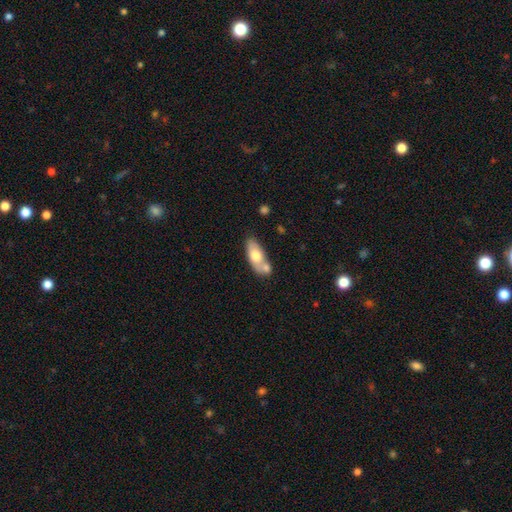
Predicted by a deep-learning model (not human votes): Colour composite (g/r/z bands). It shows a smooth galaxy with no disk features (64%) that is in between round and cigar-shaped (82%). Merging: none (42%).